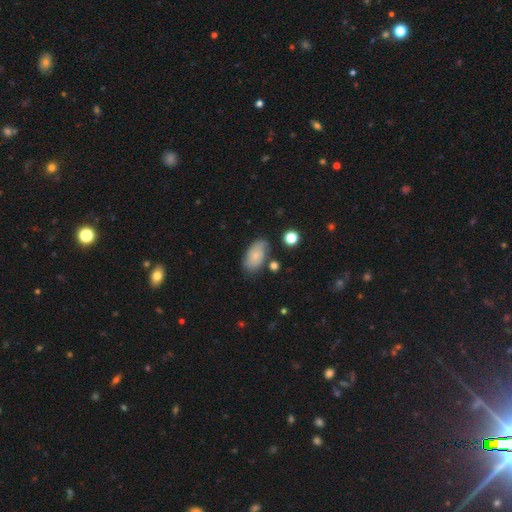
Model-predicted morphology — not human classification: smooth 60%, featured or disk 31%, star or artifact 8%. Down the decision tree: how rounded — in between (90%); merging — none (59%).